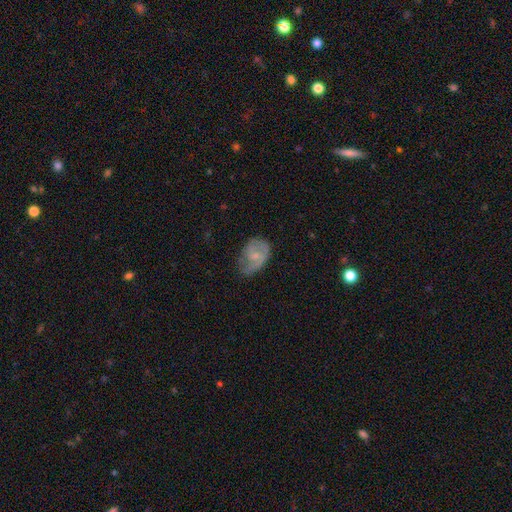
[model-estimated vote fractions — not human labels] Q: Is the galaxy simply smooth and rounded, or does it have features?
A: featured or disk — 60%.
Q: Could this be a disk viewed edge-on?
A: no — 97%.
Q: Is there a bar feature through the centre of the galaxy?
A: no — 59%.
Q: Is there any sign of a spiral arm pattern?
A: yes — 82%.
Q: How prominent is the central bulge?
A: small — 60%.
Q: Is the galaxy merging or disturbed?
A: none — 47%.